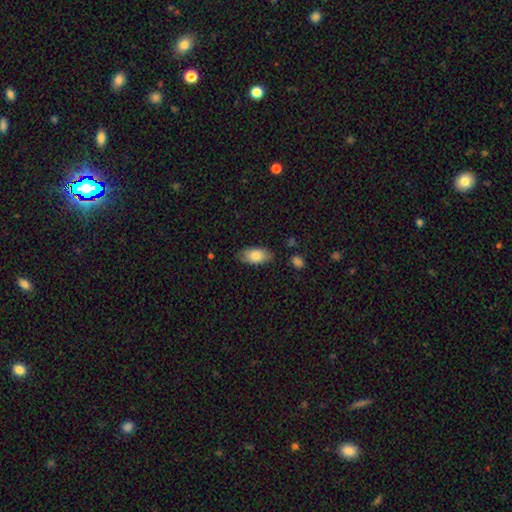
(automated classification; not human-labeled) This appears to be a smooth galaxy with no disk features (81%) that is in between round and cigar-shaped (91%). Merging: none (80%).